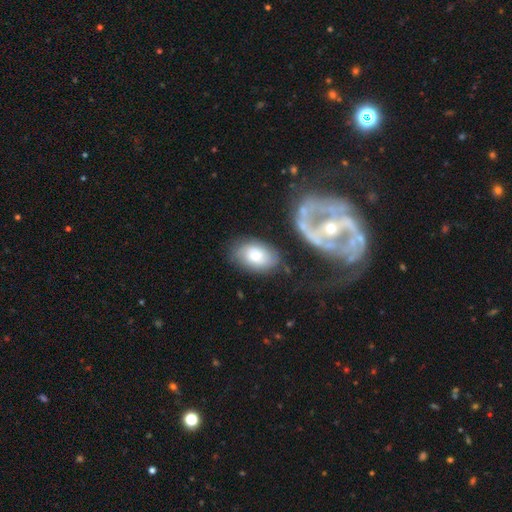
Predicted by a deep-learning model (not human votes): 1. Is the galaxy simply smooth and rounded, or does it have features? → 65% smooth, 28% featured or disk, 8% star or artifact.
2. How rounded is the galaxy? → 88% in between, 10% round, 2% cigar-shaped.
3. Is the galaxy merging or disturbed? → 68% none, 18% minor disturbance, 7% merger, 7% major disturbance.